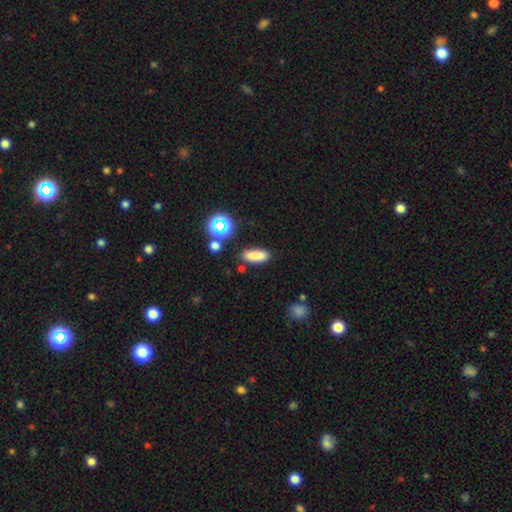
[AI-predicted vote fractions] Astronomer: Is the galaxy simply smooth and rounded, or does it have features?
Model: smooth — 81%.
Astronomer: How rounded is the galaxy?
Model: in between — 58% (runner-up: cigar-shaped, 37%).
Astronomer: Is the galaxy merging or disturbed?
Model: none — 83%.